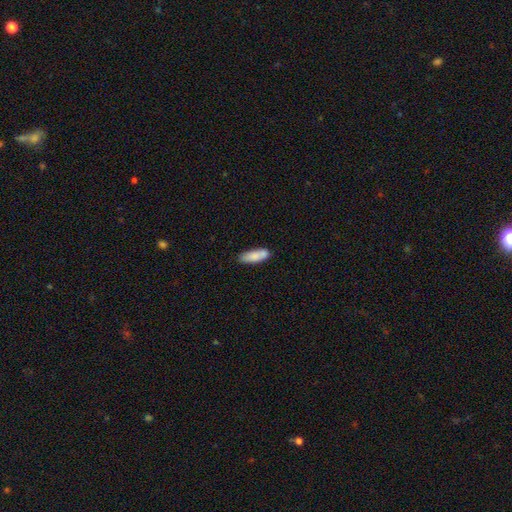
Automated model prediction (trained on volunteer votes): Smooth or featured? smooth (82%)
How rounded? in between (53%)
Merging? none (70%)